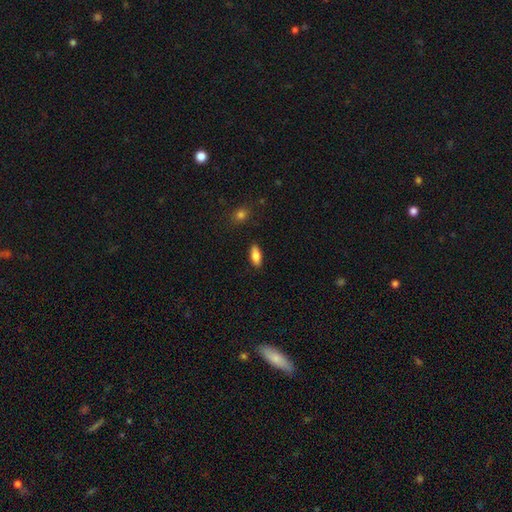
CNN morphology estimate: This is likely a smooth galaxy (80%). How rounded: likely in between (76%). Merging: clearly none (87%).